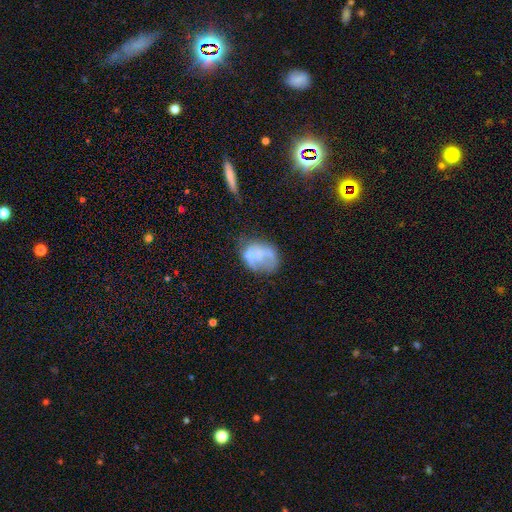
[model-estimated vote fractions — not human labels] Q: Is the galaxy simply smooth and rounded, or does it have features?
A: smooth — 46%.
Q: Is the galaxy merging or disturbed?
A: none — 37%.